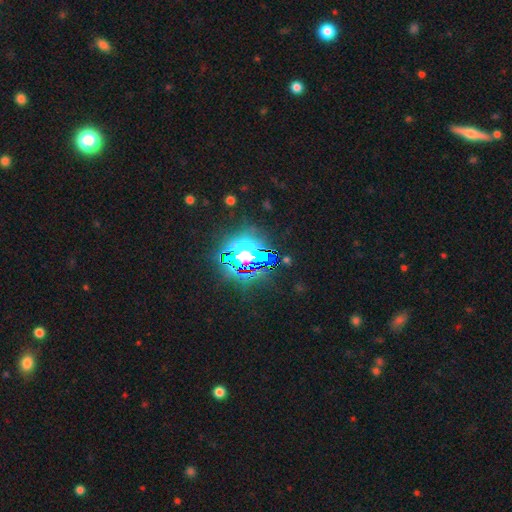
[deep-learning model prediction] Morphology: type=star or artifact (70%).